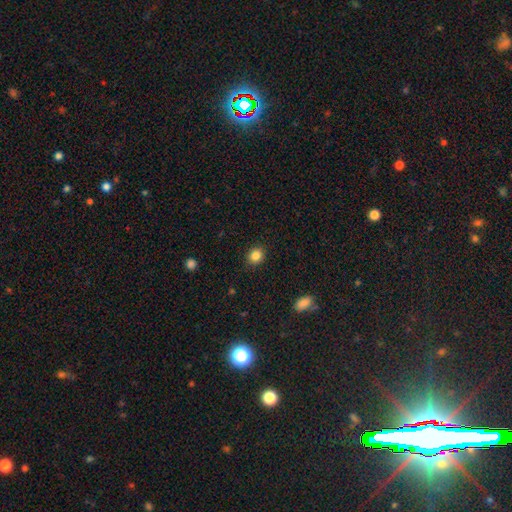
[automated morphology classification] A smooth galaxy with no disk features (85%) that is round (74%). Merging: none (89%).